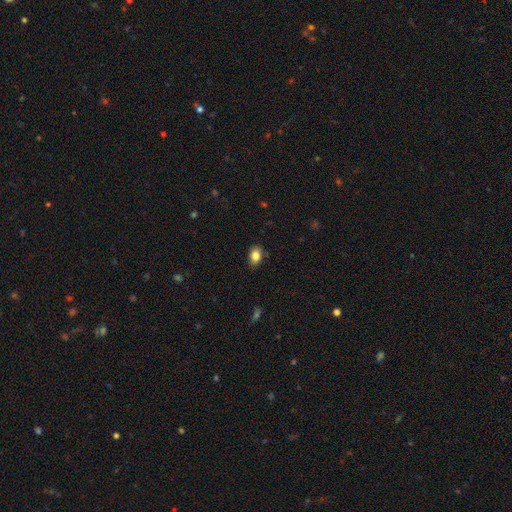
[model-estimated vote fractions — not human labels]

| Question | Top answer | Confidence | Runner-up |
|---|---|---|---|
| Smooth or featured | smooth | 84% | star or artifact (9%) |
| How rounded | in between | 81% | round (18%) |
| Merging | none | 86% | minor disturbance (11%) |